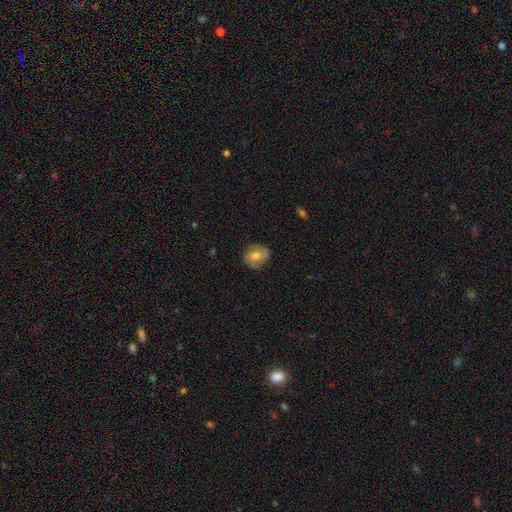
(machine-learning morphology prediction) A smooth galaxy with no disk features (52%) that is round (56%).

Vote fractions:
- Smooth or featured? smooth: 52% / featured or disk: 39% / star or artifact: 10%
- How rounded? round: 56% / in between: 42% / cigar-shaped: 1%
- Merging? none: 75% / minor disturbance: 19% / major disturbance: 5% / merger: 1%